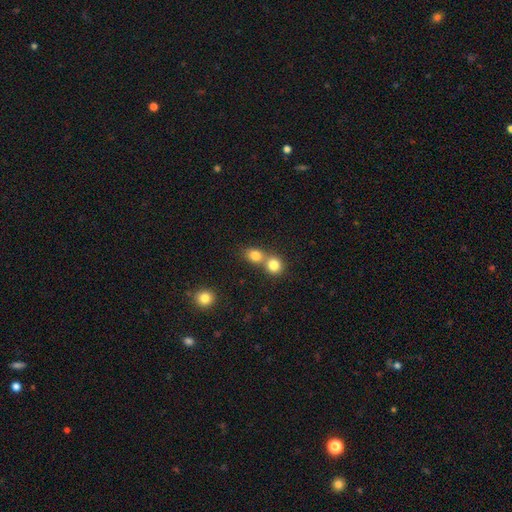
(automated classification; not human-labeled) smooth-or-featured: smooth: 81% | star or artifact: 11% | featured or disk: 7%
  how-rounded: round: 71% | in between: 28% | cigar-shaped: 1%
  merging: merger: 52% | none: 40% | minor disturbance: 6% | major disturbance: 2%